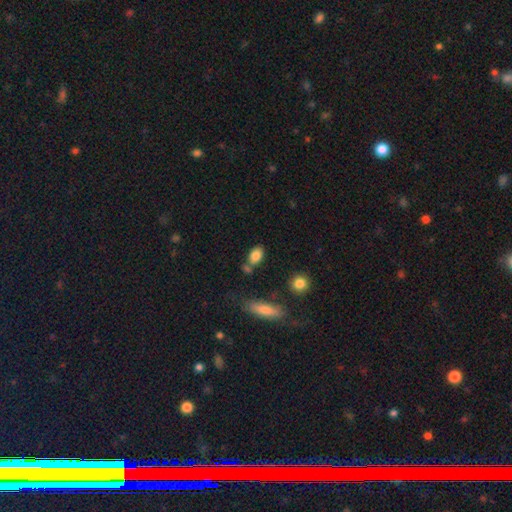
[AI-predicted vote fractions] A smooth galaxy with no disk features (83%) that is in between round and cigar-shaped (83%).

Vote fractions:
- Smooth or featured? smooth: 83% / star or artifact: 9% / featured or disk: 9%
- How rounded? in between: 83% / round: 13% / cigar-shaped: 4%
- Merging? none: 63% / merger: 17% / minor disturbance: 15% / major disturbance: 4%